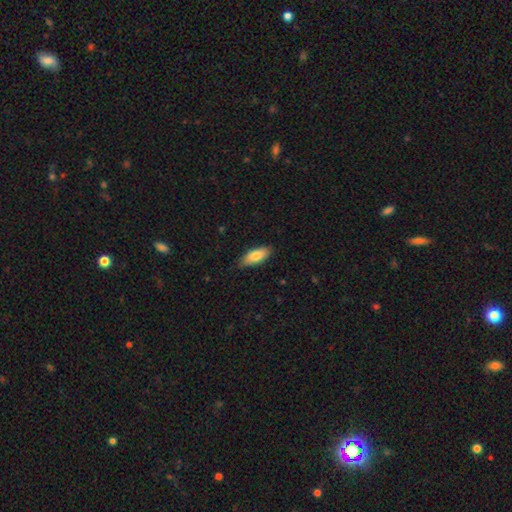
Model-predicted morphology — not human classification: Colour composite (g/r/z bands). It shows a smooth galaxy with no disk features (82%) that is in between round and cigar-shaped (80%). Merging: none (81%).